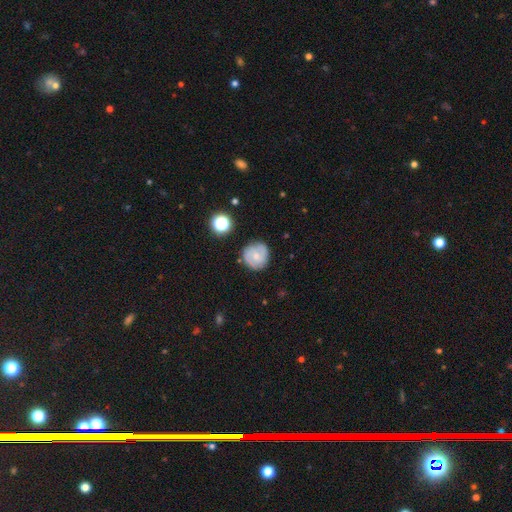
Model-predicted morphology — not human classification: This appears to be a featured or disk galaxy (56%) with no bar (66%), spiral arms (85%) and a small central bulge (57%). Merging: none (78%).